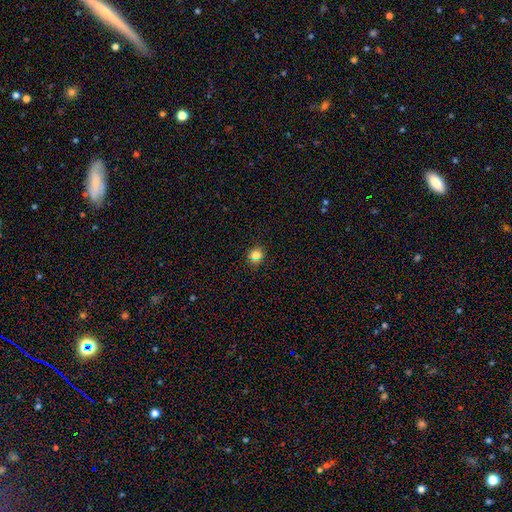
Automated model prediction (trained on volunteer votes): The model was most divided on "smooth or featured": smooth: 82%, star or artifact: 13%, featured or disk: 5%. More confident: merging — none (90%); how rounded — round (85%).